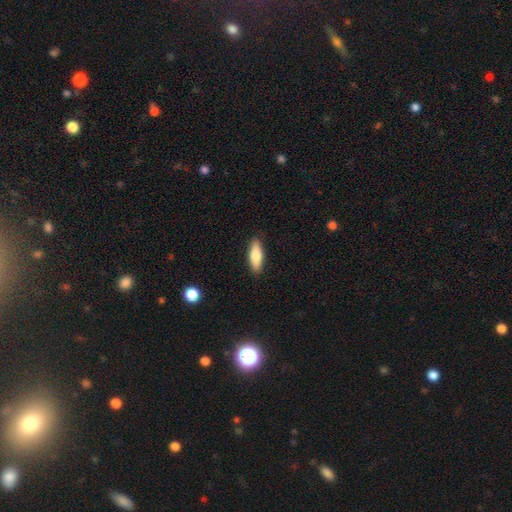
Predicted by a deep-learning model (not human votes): Overall: smooth (72%). How rounded: in between (54%; cigar-shaped 44%). Merging: none (89%).